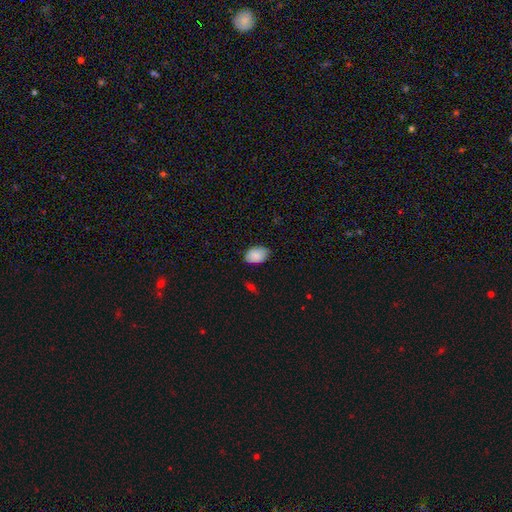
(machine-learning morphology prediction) Q: Smooth or featured?
A: smooth (87%); runner-up: star or artifact (7%)
Q: How rounded?
A: in between (86%); runner-up: round (13%)
Q: Merging?
A: none (78%); runner-up: minor disturbance (18%)